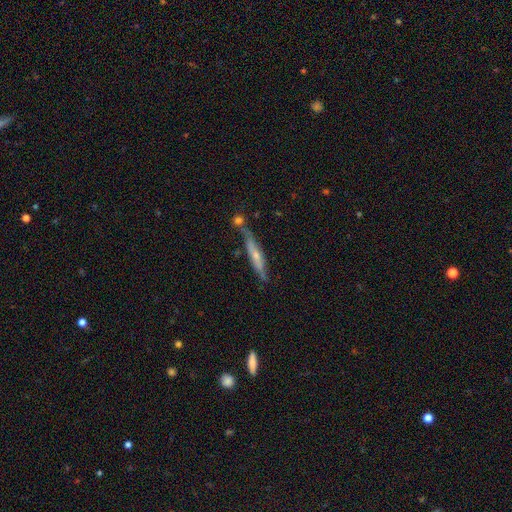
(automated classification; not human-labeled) Smooth or featured? featured or disk (54%)
Edge-on disk? yes (84%)
Merging? none (61%)